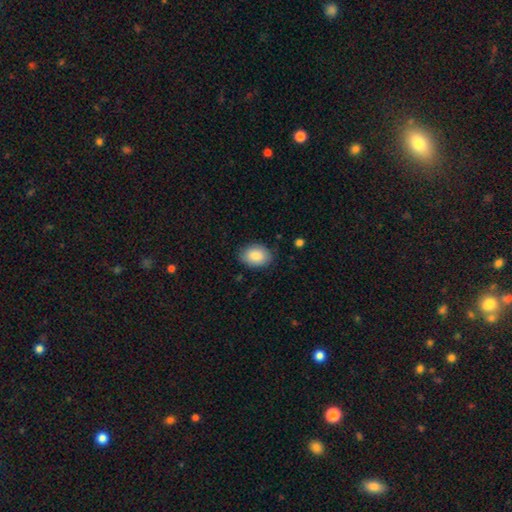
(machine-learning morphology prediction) A smooth galaxy with no disk features (85%) that is in between round and cigar-shaped (77%). Merging: none (84%).